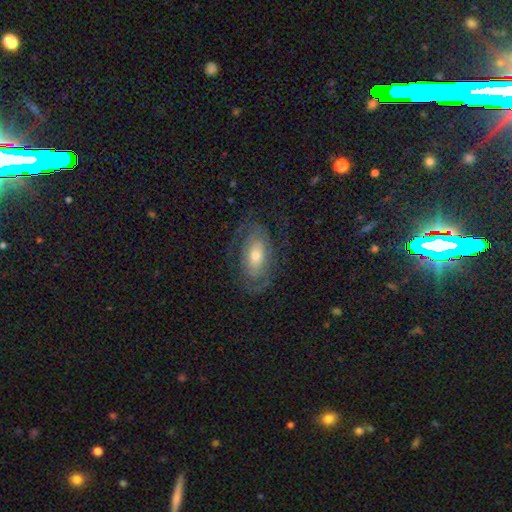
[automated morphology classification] Smooth or featured?
  - featured or disk: 71% *
  - smooth: 22%
  - star or artifact: 6%
Edge-on disk?
  - no: 94% *
  - yes: 6%
Bar?
  - no: 60% *
  - weak: 29%
  - strong: 11%
Spiral arms?
  - yes: 83% *
  - no: 17%
Spiral winding?
  - tight: 46% *
  - medium: 38%
  - loose: 16%
Spiral arm count?
  - 2: 57% *
  - can't tell: 26%
  - 1: 6%
  - 3: 6%
  - 4: 3%
  - more than 4: 2%
Bulge size?
  - moderate: 59% *
  - small: 28%
  - large: 10%
  - dominant: 2%
  - none: 2%
Merging?
  - none: 68% *
  - minor disturbance: 17%
  - major disturbance: 14%
  - merger: 1%